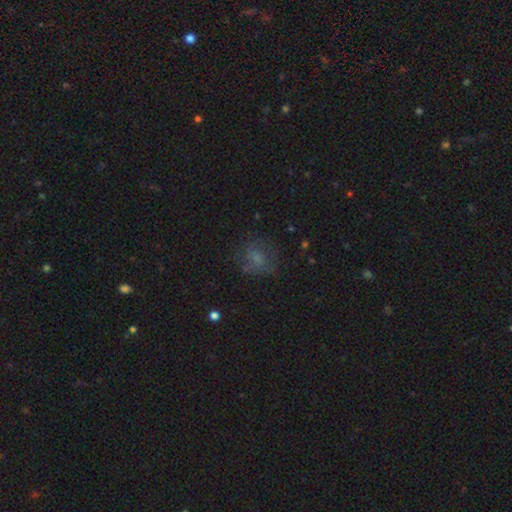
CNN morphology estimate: smooth 53%, star or artifact 25%, featured or disk 22%. Down the decision tree: how rounded — round (67%); merging — none (68%).